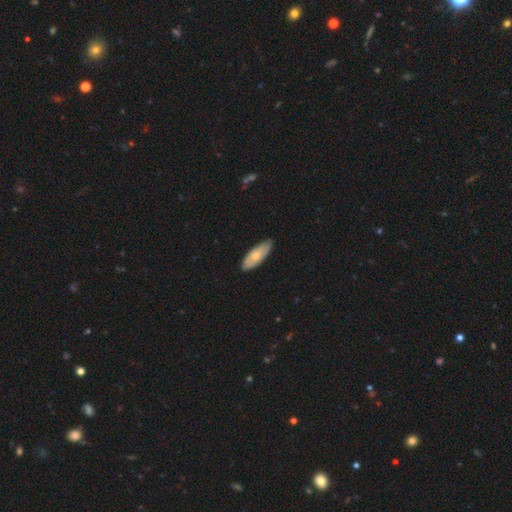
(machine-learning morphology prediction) A smooth galaxy with no disk features (67%) that is in between round and cigar-shaped (74%).

Vote fractions:
- Smooth or featured? smooth: 67% / featured or disk: 28% / star or artifact: 5%
- How rounded? in between: 74% / cigar-shaped: 24% / round: 2%
- Merging? none: 81% / minor disturbance: 16% / major disturbance: 2% / merger: 1%